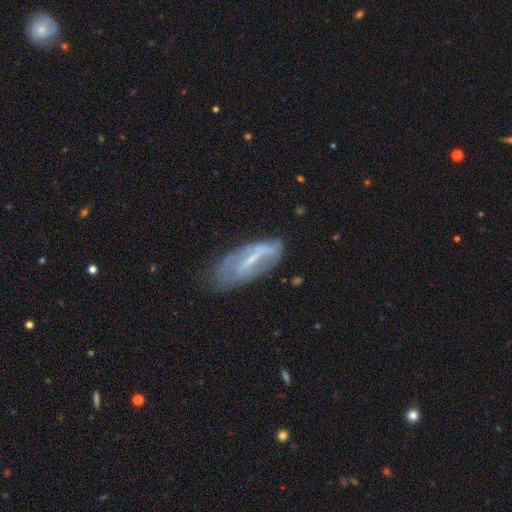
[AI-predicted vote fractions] Smooth or featured? Predicted: featured or disk (p=0.59). Edge-on disk? Predicted: no (p=0.78). Merging? Predicted: none (p=0.62).